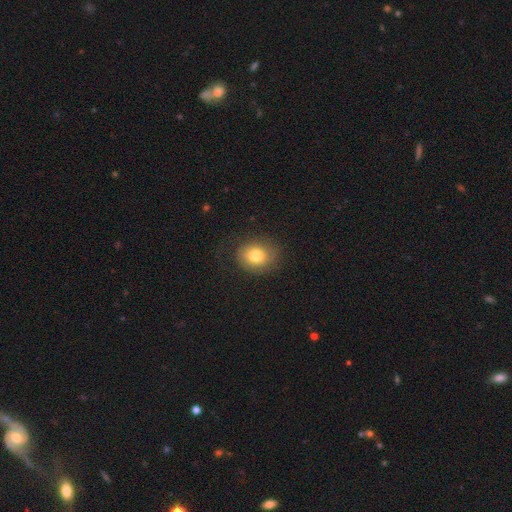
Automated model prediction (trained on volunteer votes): This appears to be a smooth galaxy with no disk features (76%) that is round (63%). Merging: none (73%).